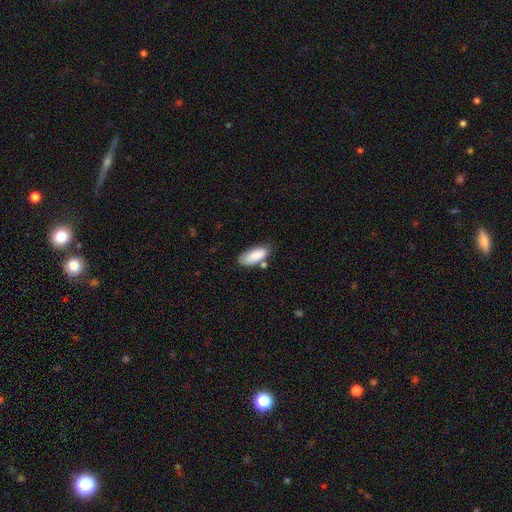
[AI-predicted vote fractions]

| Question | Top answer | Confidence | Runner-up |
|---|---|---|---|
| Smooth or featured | smooth | 87% | featured or disk (7%) |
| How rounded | in between | 85% | cigar-shaped (13%) |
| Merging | none | 64% | minor disturbance (21%) |